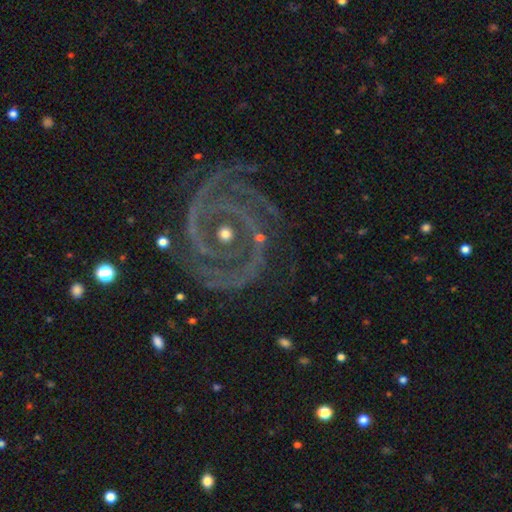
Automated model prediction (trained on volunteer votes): smooth-or-featured: featured or disk: 88% | star or artifact: 8% | smooth: 4%
  disk-edge-on: no: 98% | yes: 2%
    bar: weak: 38% | no: 33% | strong: 30%
    has-spiral-arms: yes: 97% | no: 3%
      spiral-winding: tight: 57% | medium: 36% | loose: 7%
      spiral-arm-count: 2: 52% | 3: 15% | can't tell: 13% | 4: 7% | 1: 6% | more than 4: 6%
    bulge-size: small: 68% | moderate: 25% | none: 4% | large: 2% | dominant: 1%
  merging: none: 71% | minor disturbance: 16% | major disturbance: 11% | merger: 3%